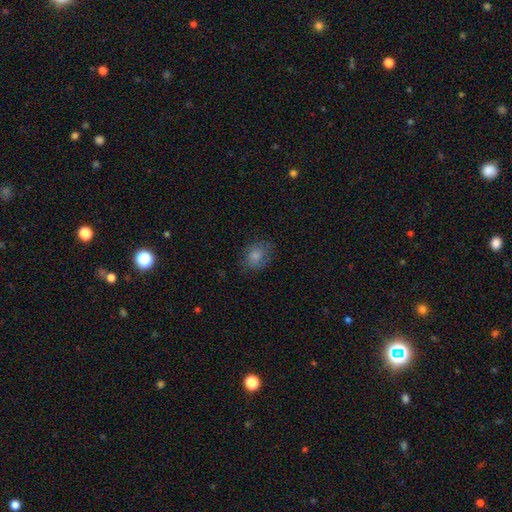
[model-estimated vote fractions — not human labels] Smooth or featured? smooth (81%)
How rounded? in between (52%)
Merging? none (72%)